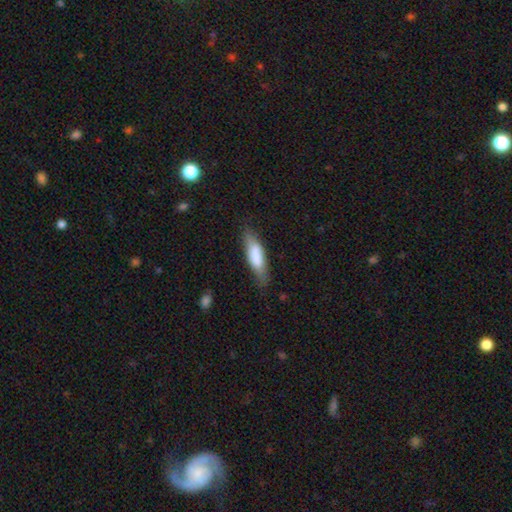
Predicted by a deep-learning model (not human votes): Smooth or featured? smooth (75%)
How rounded? cigar-shaped (52%)
Merging? none (74%)